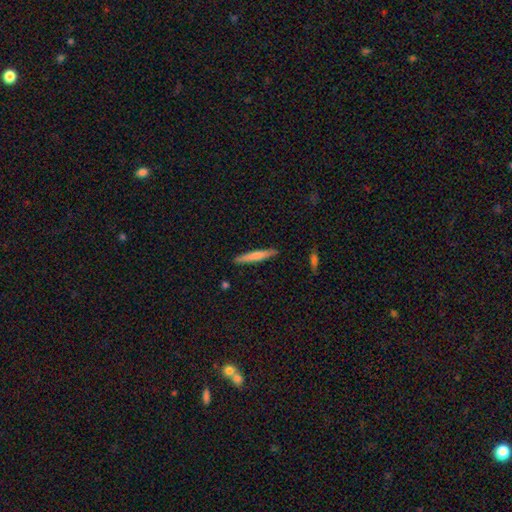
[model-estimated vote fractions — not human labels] This appears to be a smooth galaxy with no disk features (68%) that is cigar-shaped (94%). Merging: none (88%).